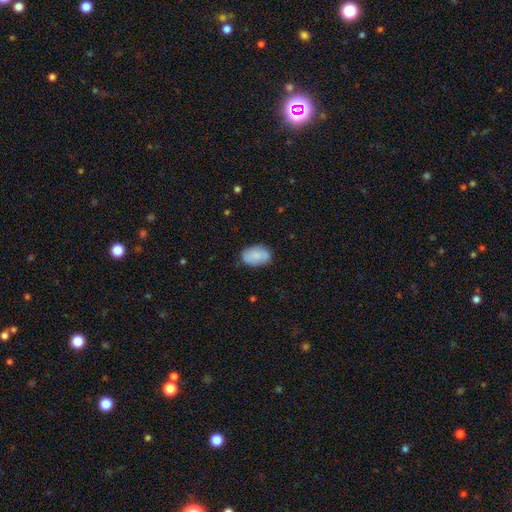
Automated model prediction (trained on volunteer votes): Smooth or featured: smooth — 83% (featured or disk — 10%)
How rounded: in between — 88% (round — 10%)
Merging: none — 75% (minor disturbance — 18%)